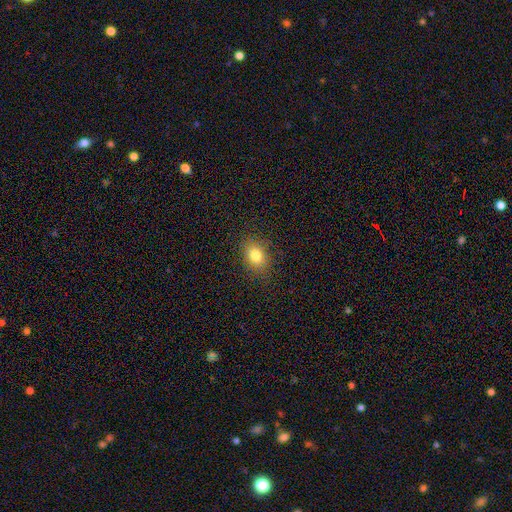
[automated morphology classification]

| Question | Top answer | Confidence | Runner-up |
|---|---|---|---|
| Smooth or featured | smooth | 80% | star or artifact (12%) |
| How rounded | in between | 64% | round (35%) |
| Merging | none | 85% | minor disturbance (11%) |